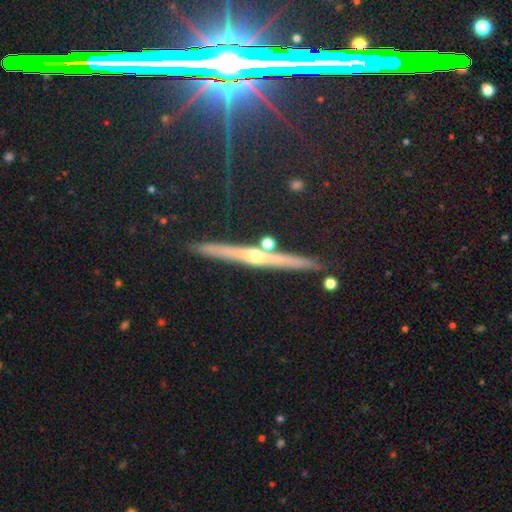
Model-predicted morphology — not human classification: Smooth or featured? Predicted: featured or disk (p=0.71). Edge-on disk? Predicted: yes (p=0.97). Edge-on bulge? Predicted: rounded (p=0.80). Merging? Predicted: none (p=0.86).